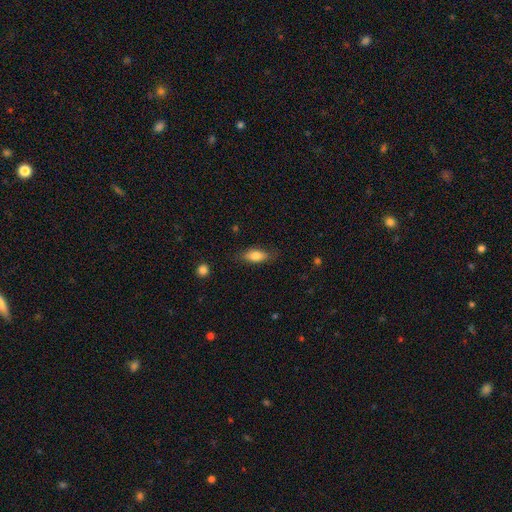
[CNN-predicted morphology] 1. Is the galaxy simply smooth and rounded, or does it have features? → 76% smooth, 16% featured or disk, 7% star or artifact.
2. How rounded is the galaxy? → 80% in between, 16% cigar-shaped, 4% round.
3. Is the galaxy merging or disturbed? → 79% none, 16% minor disturbance, 4% major disturbance, 1% merger.